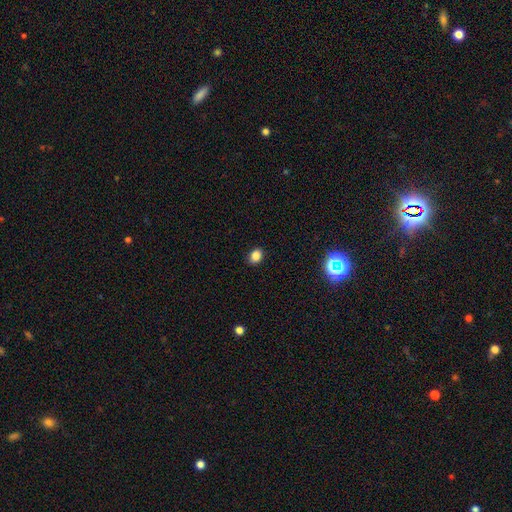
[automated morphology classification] Smooth or featured? smooth (85%)
How rounded? in between (61%)
Merging? none (89%)